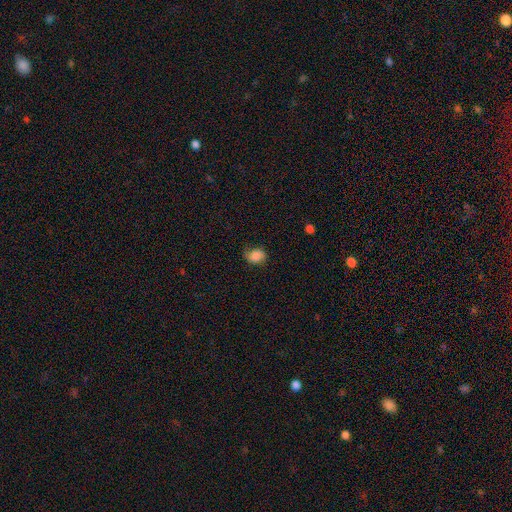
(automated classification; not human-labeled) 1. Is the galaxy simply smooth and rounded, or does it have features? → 81% smooth, 10% featured or disk, 9% star or artifact.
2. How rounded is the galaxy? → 55% in between, 44% round, 1% cigar-shaped.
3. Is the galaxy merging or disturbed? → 67% none, 25% minor disturbance, 7% major disturbance, 1% merger.